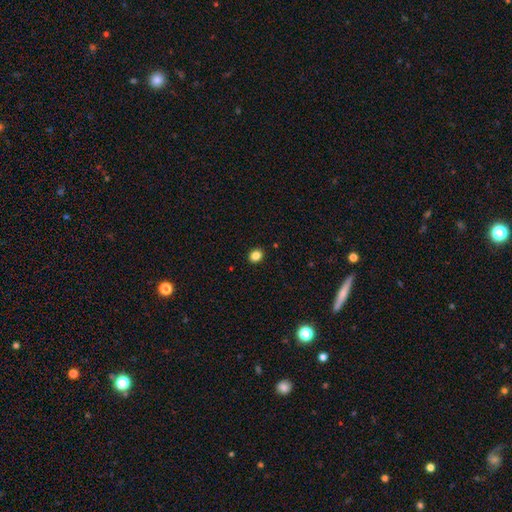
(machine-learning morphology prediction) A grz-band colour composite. It shows a smooth galaxy with no disk features (85%) that is round (59%). Merging: none (92%).